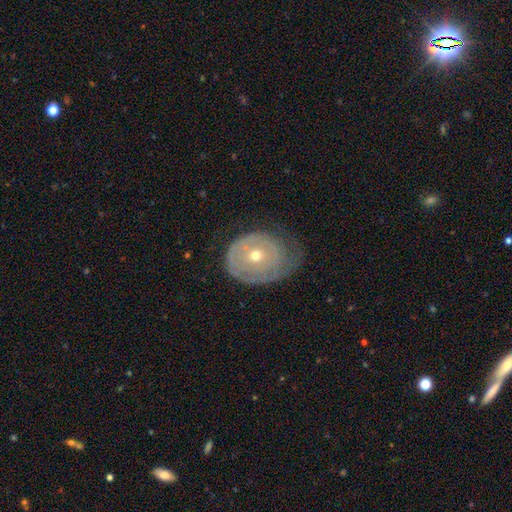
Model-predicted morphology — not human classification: featured or disk 61%, smooth 32%, star or artifact 7%. Down the decision tree: edge-on disk — no (95%); bar — no (86%); spiral arms — yes (54%); bulge size — small (53%); merging — none (38%).